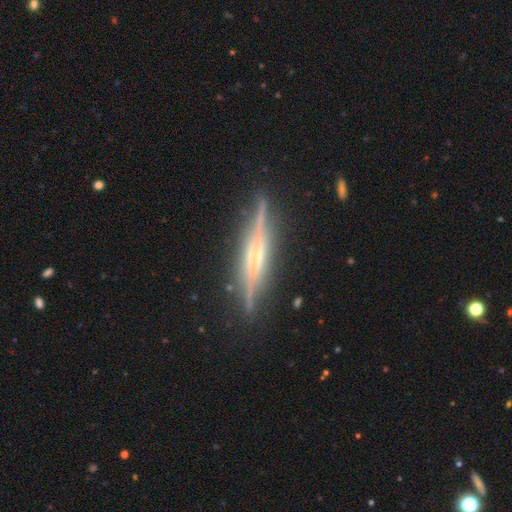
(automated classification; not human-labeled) Smooth or featured?
  - featured or disk: 83% *
  - smooth: 10%
  - star or artifact: 6%
Edge-on disk?
  - yes: 96% *
  - no: 4%
Edge-on bulge?
  - rounded: 46% *
  - boxy: 29%
  - none: 24%
Merging?
  - none: 84% *
  - minor disturbance: 12%
  - major disturbance: 3%
  - merger: 2%